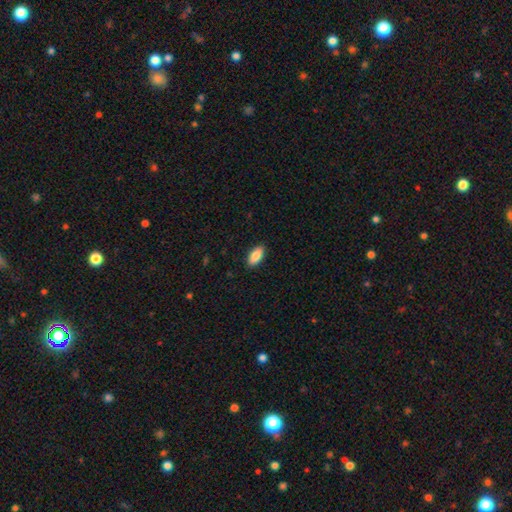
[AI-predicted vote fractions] Smooth or featured?
  - smooth: 87% *
  - featured or disk: 7%
  - star or artifact: 6%
How rounded?
  - in between: 91% *
  - cigar-shaped: 7%
  - round: 2%
Merging?
  - none: 89% *
  - minor disturbance: 8%
  - major disturbance: 2%
  - merger: 1%